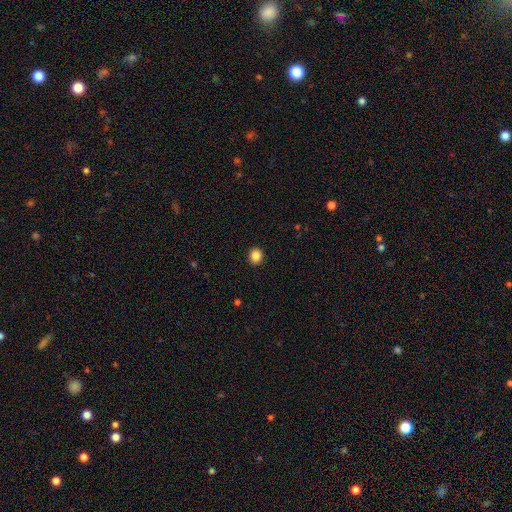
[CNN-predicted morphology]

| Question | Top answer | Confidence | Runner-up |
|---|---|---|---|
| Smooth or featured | smooth | 86% | star or artifact (10%) |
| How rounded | round | 82% | in between (17%) |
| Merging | none | 92% | minor disturbance (5%) |